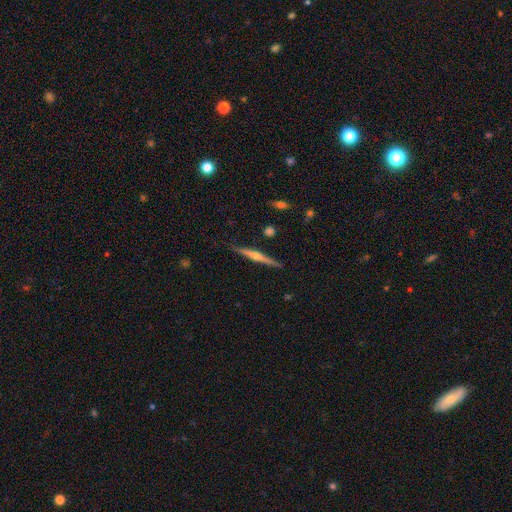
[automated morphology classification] smooth-or-featured: featured or disk: 73% | smooth: 21% | star or artifact: 6%
  disk-edge-on: yes: 98% | no: 2%
    edge-on-bulge: rounded: 79% | none: 11% | boxy: 10%
  merging: none: 89% | minor disturbance: 8% | major disturbance: 2% | merger: 1%